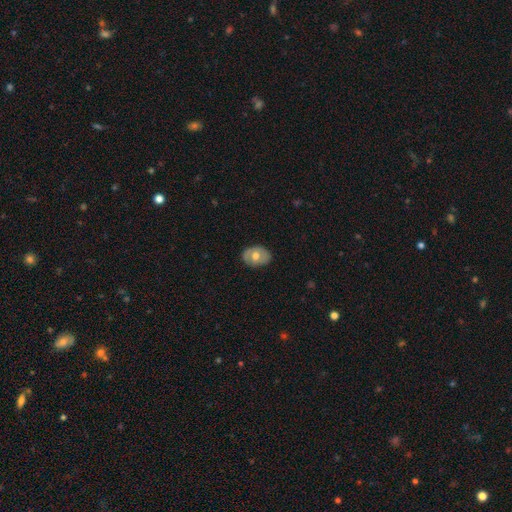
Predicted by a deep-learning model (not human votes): The model was most divided on "smooth or featured": smooth: 53%, featured or disk: 40%, star or artifact: 7%. More confident: merging — none (77%); how rounded — in between (64%).